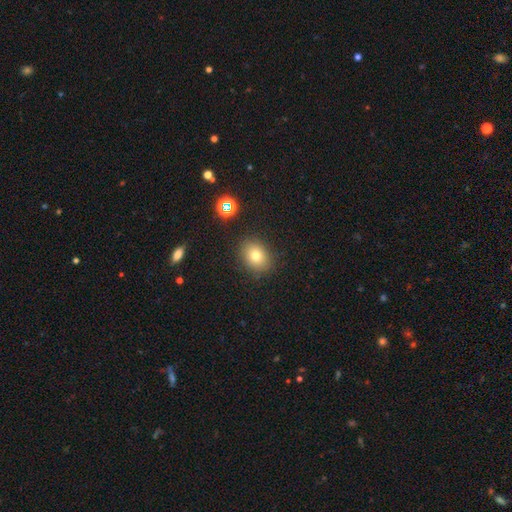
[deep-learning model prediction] The model was most divided on "how rounded": round: 51%, in between: 48%, cigar-shaped: 1%. More confident: merging — none (86%); smooth or featured — smooth (75%).